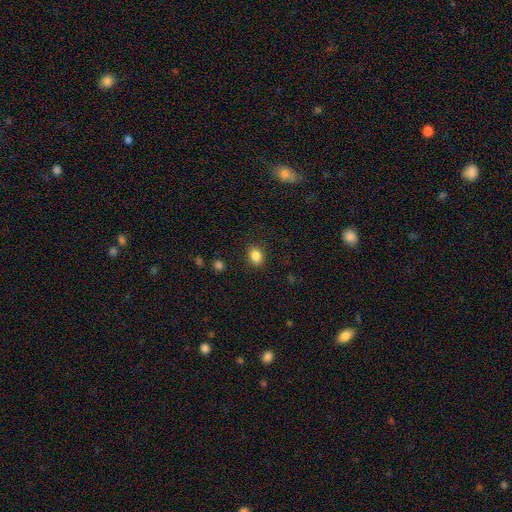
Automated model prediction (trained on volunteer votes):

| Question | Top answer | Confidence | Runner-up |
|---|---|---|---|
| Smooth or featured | smooth | 85% | star or artifact (10%) |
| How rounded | in between | 55% | round (44%) |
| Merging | none | 88% | minor disturbance (8%) |